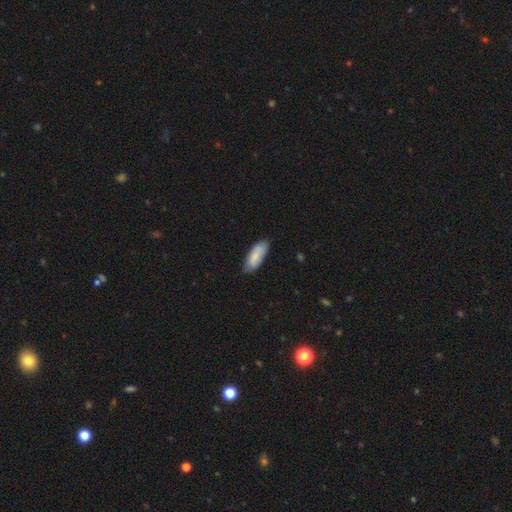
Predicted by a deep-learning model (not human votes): smooth 82%, featured or disk 13%, star or artifact 6%. Down the decision tree: how rounded — in between (80%); merging — none (78%).